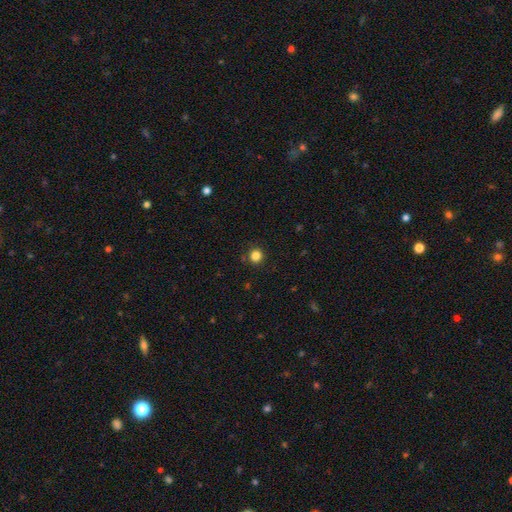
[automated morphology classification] This is clearly a smooth galaxy (84%). How rounded: clearly round (93%). Merging: clearly none (89%).